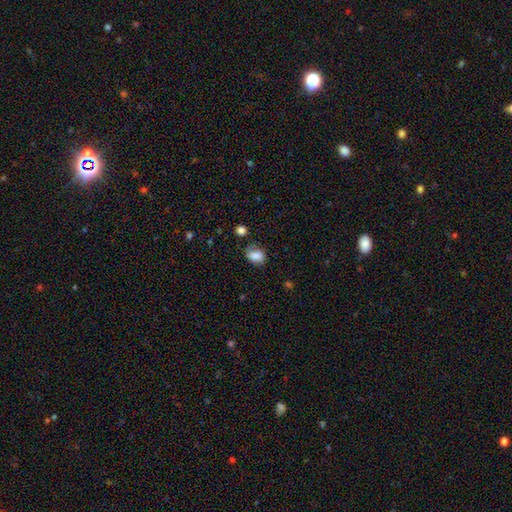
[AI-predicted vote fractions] smooth 79%, featured or disk 11%, star or artifact 10%. Down the decision tree: how rounded — in between (70%); merging — none (57%).